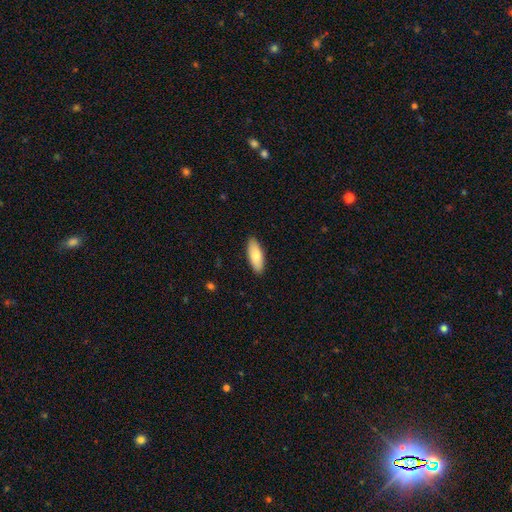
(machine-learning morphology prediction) Overall: smooth (81%). How rounded: in between (75%). Merging: none (90%).